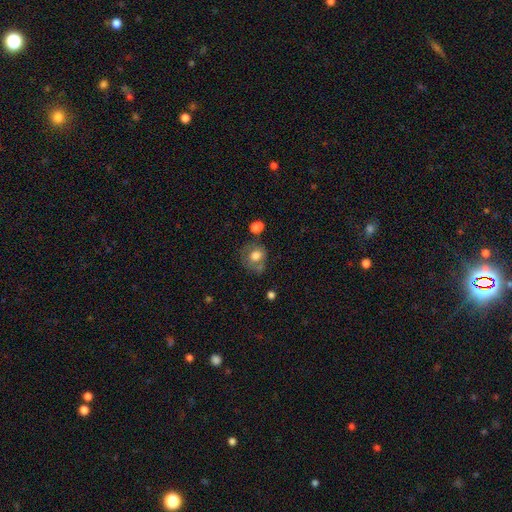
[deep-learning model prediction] A smooth galaxy with no disk features (69%) that is round (68%).

Vote fractions:
- Smooth or featured? smooth: 69% / featured or disk: 22% / star or artifact: 9%
- How rounded? round: 68% / in between: 31% / cigar-shaped: 1%
- Merging? none: 51% / minor disturbance: 22% / merger: 15% / major disturbance: 12%